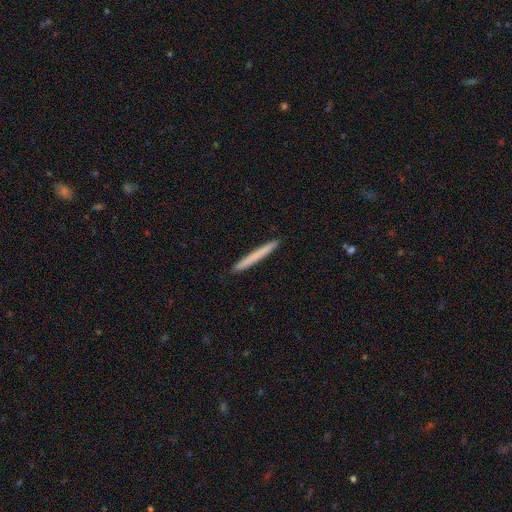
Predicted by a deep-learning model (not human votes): smooth_or_featured: smooth (p=0.70) [alt: featured or disk p=0.24]
how_rounded: cigar-shaped (p=0.97) [alt: in between p=0.01]
merging: none (p=0.93) [alt: minor disturbance p=0.05]